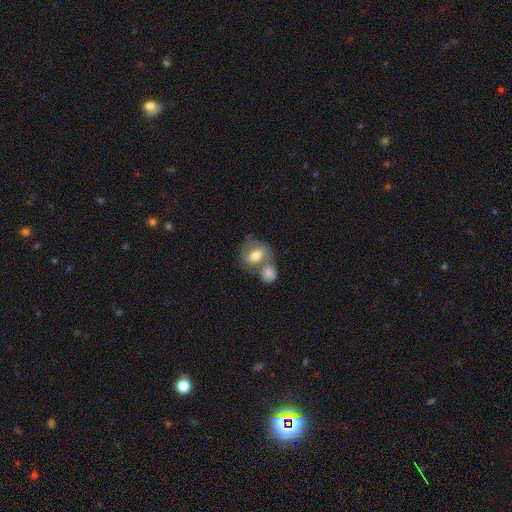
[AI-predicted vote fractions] This appears to be a smooth galaxy with no disk features (57%) that is in between round and cigar-shaped (58%). Merging: merger (53%).